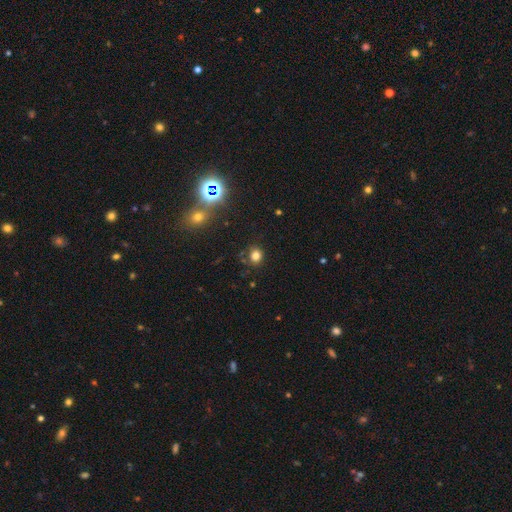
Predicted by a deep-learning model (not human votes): smooth 76%, star or artifact 18%, featured or disk 6%. Down the decision tree: how rounded — round (77%); merging — none (80%).